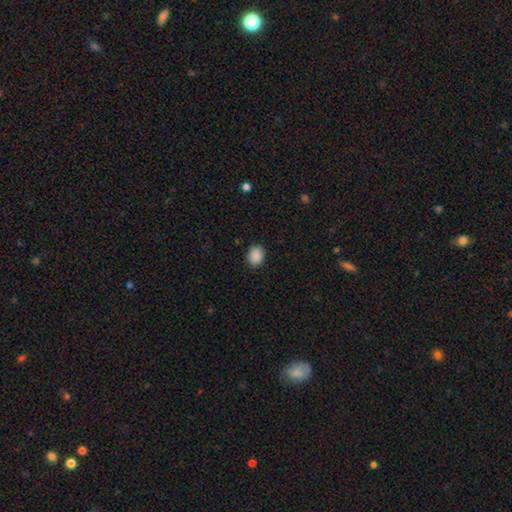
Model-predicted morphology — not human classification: Overall: smooth (89%). How rounded: in between (51%; round 48%). Merging: none (88%).